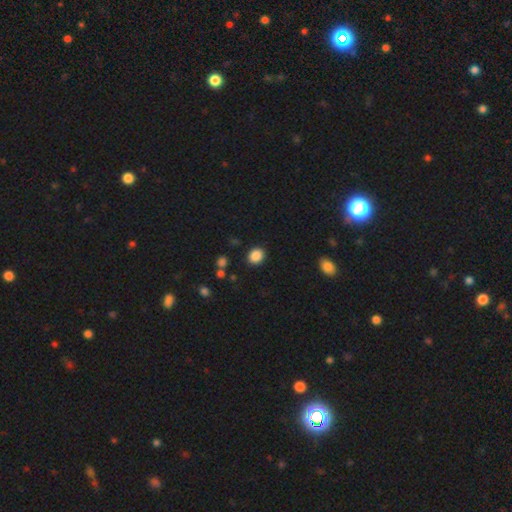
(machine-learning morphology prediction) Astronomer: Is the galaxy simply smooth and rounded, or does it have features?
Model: smooth — 87%.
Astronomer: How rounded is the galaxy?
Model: round — 64%.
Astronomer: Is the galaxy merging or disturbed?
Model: none — 88%.